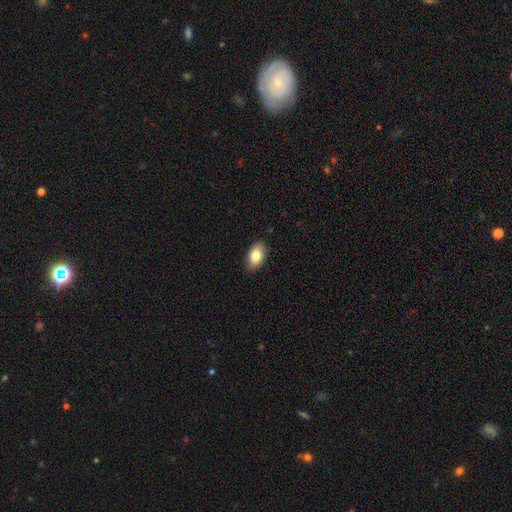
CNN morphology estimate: Overall: smooth (83%). How rounded: in between (92%). Merging: none (88%).